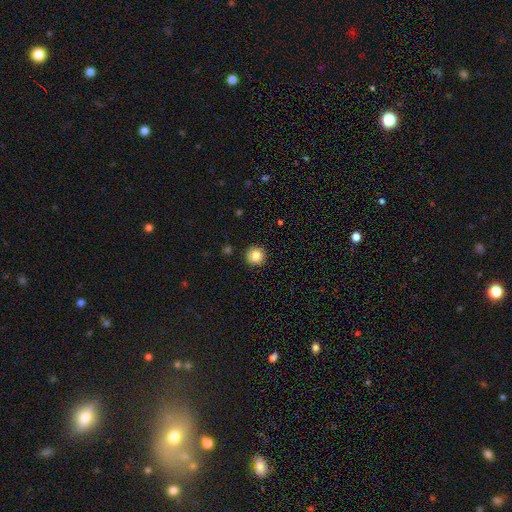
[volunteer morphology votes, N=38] This appears to be a smooth galaxy with no disk features (87%) that is round (97%). Merging: none (81%).